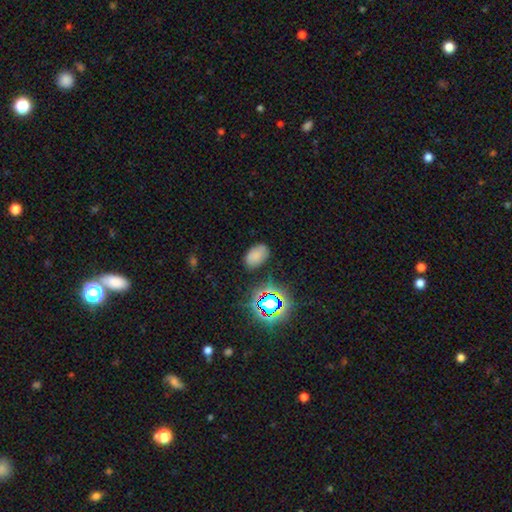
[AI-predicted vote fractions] Overall: smooth (72%). How rounded: in between (90%). Merging: none (79%).